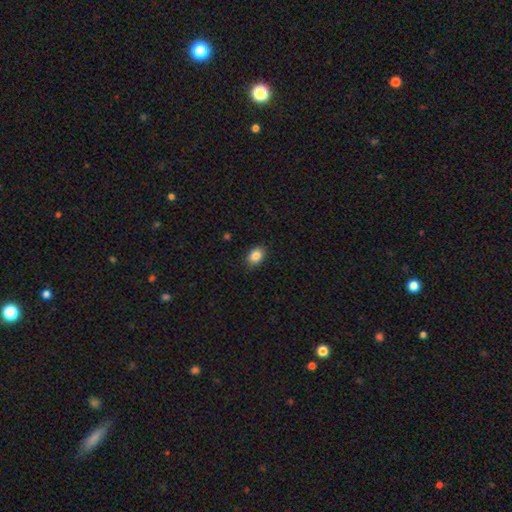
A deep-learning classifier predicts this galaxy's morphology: smooth-or-featured: smooth: 86% | star or artifact: 8% | featured or disk: 6%
  how-rounded: in between: 80% | round: 19% | cigar-shaped: 1%
  merging: none: 87% | minor disturbance: 10% | major disturbance: 2% | merger: 1%